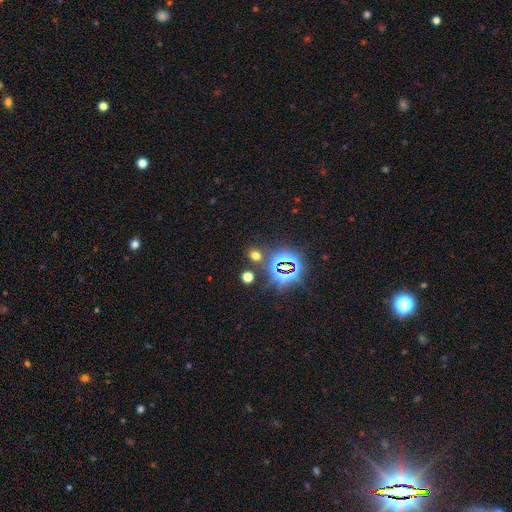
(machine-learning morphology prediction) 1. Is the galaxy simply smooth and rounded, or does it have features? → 50% smooth, 43% star or artifact, 7% featured or disk.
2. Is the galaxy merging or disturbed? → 81% none, 8% minor disturbance, 7% merger, 4% major disturbance.